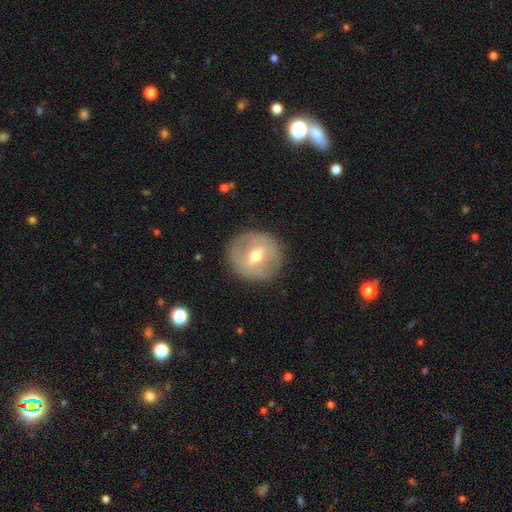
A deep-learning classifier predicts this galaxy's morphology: Smooth or featured? Predicted: featured or disk (p=0.59). Edge-on disk? Predicted: no (p=0.93). Bar? Predicted: weak (p=0.48). Spiral arms? Predicted: no (p=0.58). Bulge size? Predicted: moderate (p=0.72). Merging? Predicted: none (p=0.85).